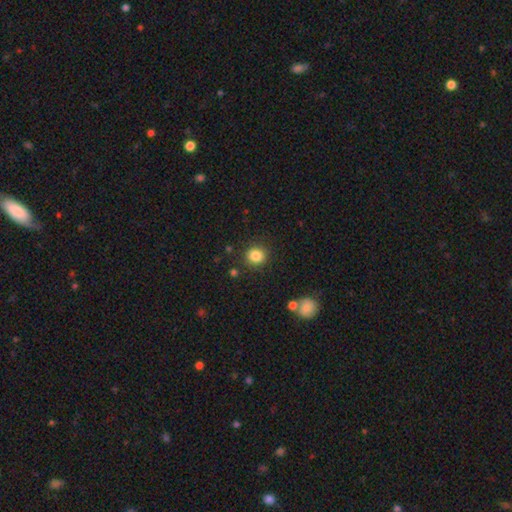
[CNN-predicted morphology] smooth-or-featured: smooth: 84% | star or artifact: 11% | featured or disk: 5%
  how-rounded: round: 87% | in between: 12% | cigar-shaped: 1%
  merging: none: 88% | minor disturbance: 7% | major disturbance: 3% | merger: 2%